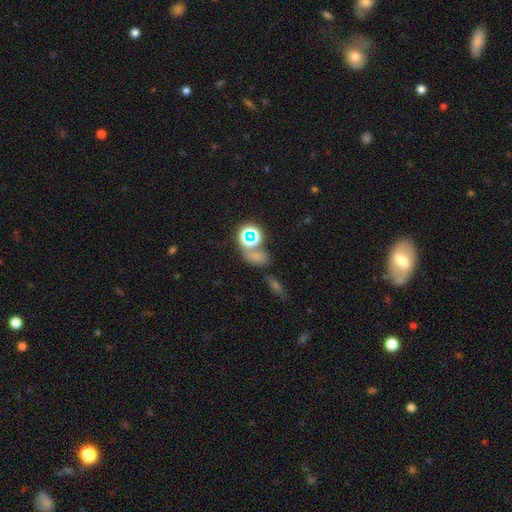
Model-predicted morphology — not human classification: smooth_or_featured: smooth (p=0.50) [alt: star or artifact p=0.39]
how_rounded: in between (p=0.53) [alt: round p=0.44]
merging: none (p=0.51) [alt: merger p=0.27]